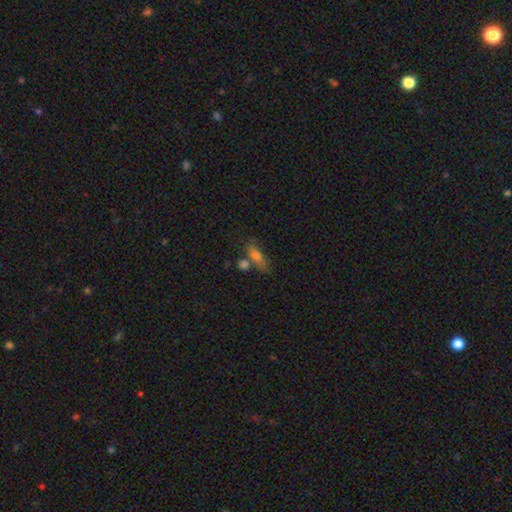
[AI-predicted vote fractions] Smooth or featured?
  - smooth: 70% *
  - featured or disk: 19%
  - star or artifact: 10%
How rounded?
  - in between: 60% *
  - cigar-shaped: 34%
  - round: 6%
Merging?
  - none: 55% *
  - merger: 22%
  - minor disturbance: 16%
  - major disturbance: 7%